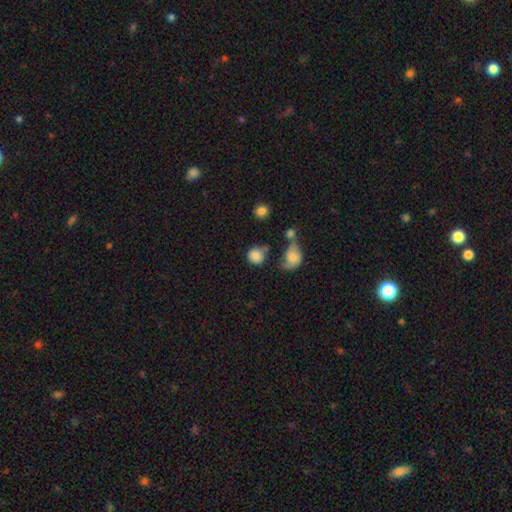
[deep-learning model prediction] smooth_or_featured: smooth (p=0.82) [alt: star or artifact p=0.09]
how_rounded: round (p=0.77) [alt: in between p=0.22]
merging: none (p=0.47) [alt: minor disturbance p=0.23]